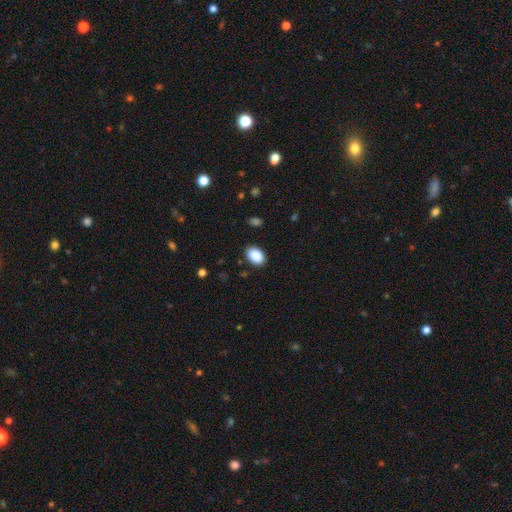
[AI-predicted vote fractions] This appears to be a smooth galaxy with no disk features (91%) that is in between round and cigar-shaped (85%). Merging: none (88%).